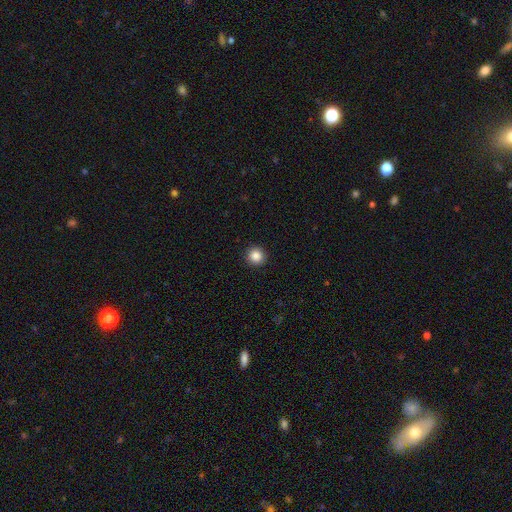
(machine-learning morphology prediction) This appears to be a smooth galaxy with no disk features (86%) that is round (94%). Merging: none (93%).